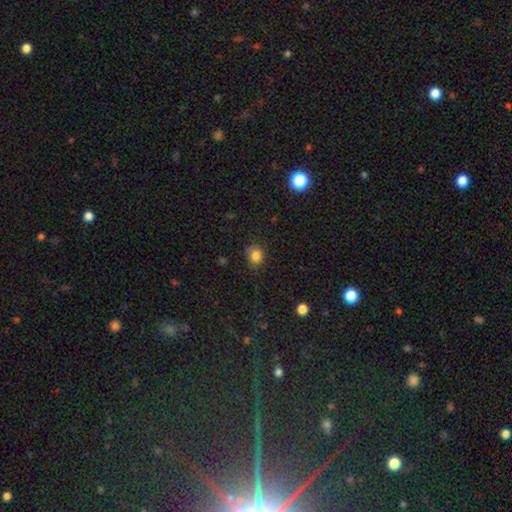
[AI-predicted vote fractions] Q: Smooth or featured?
A: smooth (82%); runner-up: star or artifact (12%)
Q: How rounded?
A: round (72%); runner-up: in between (27%)
Q: Merging?
A: none (73%); runner-up: minor disturbance (20%)